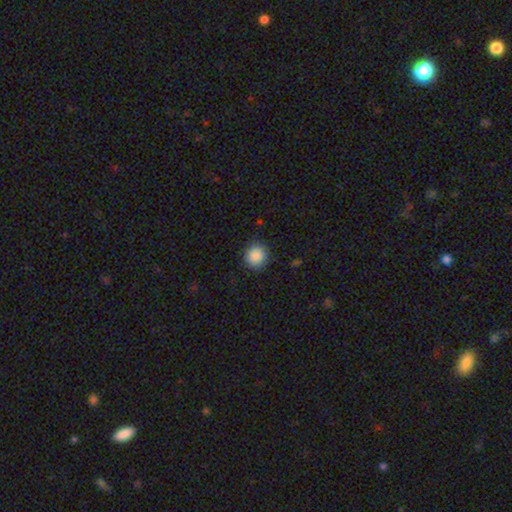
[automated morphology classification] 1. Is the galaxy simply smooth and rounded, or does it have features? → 89% smooth, 8% star or artifact, 3% featured or disk.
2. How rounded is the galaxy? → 90% round, 9% in between, 1% cigar-shaped.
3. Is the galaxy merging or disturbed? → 90% none, 7% minor disturbance, 2% major disturbance, 1% merger.